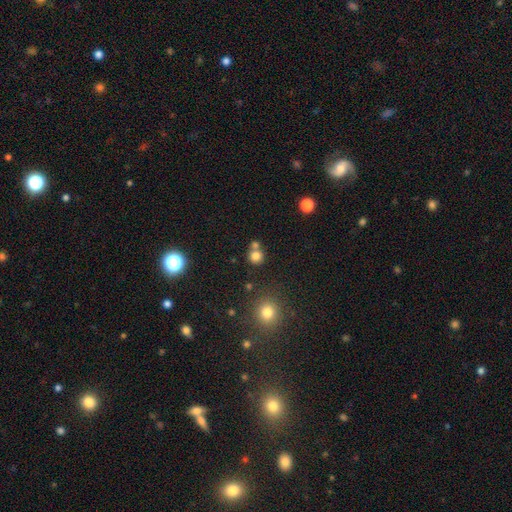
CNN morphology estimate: Smooth or featured: smooth — 78% (star or artifact — 14%)
How rounded: round — 90% (in between — 9%)
Merging: none — 62% (merger — 28%)